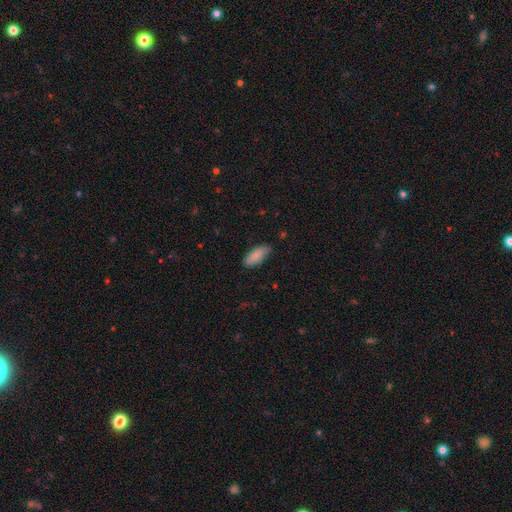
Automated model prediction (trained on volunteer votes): Q: Smooth or featured?
A: smooth (86%); runner-up: featured or disk (8%)
Q: How rounded?
A: in between (82%); runner-up: cigar-shaped (16%)
Q: Merging?
A: none (77%); runner-up: minor disturbance (19%)